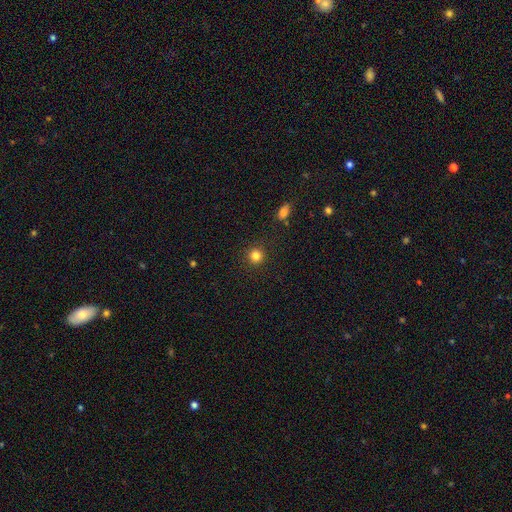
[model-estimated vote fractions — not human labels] Smooth or featured? Predicted: smooth (p=0.83). How rounded? Predicted: round (p=0.94). Merging? Predicted: none (p=0.90).